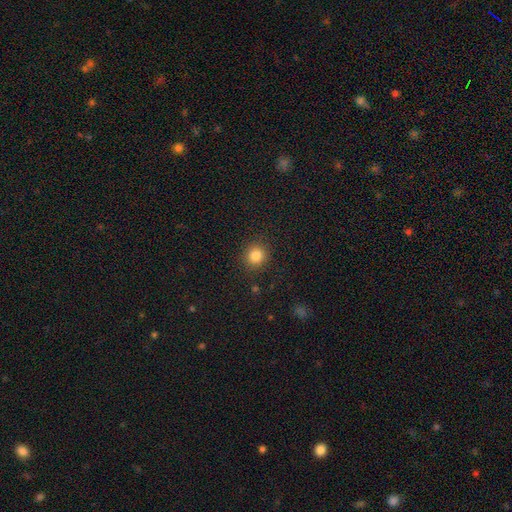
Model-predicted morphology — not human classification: Smooth or featured? smooth (84%)
How rounded? round (90%)
Merging? none (90%)